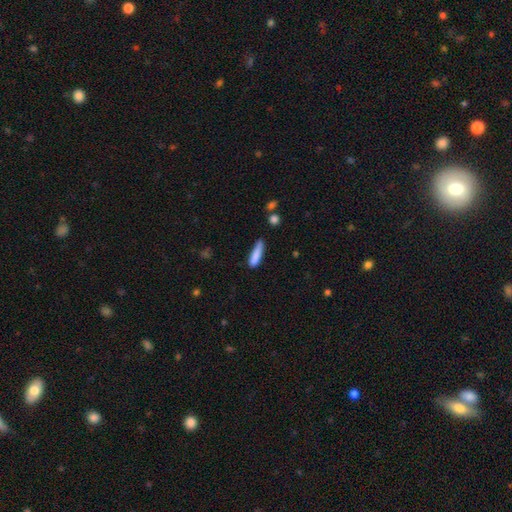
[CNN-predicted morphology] Smooth or featured? smooth (84%)
How rounded? cigar-shaped (78%)
Merging? none (63%)